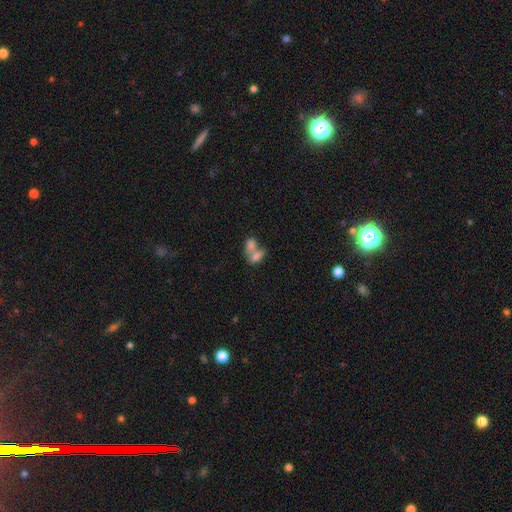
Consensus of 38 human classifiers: Smooth or featured? smooth (82%)
How rounded? in between (97%)
Merging? merger (84%)